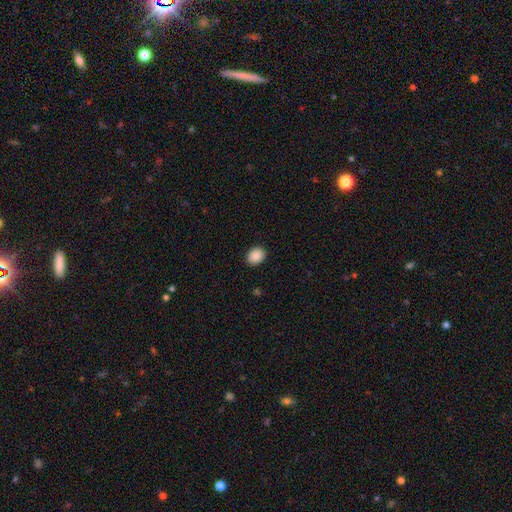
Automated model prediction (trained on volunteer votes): Smooth or featured?
  - smooth: 90% *
  - star or artifact: 8%
  - featured or disk: 3%
How rounded?
  - in between: 53% *
  - round: 47%
  - cigar-shaped: 1%
Merging?
  - none: 91% *
  - minor disturbance: 7%
  - major disturbance: 2%
  - merger: 1%